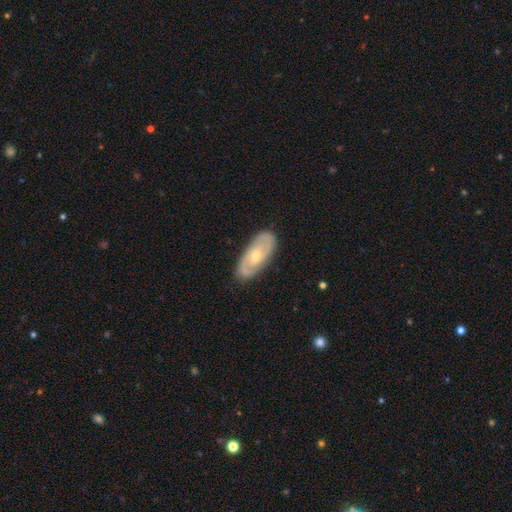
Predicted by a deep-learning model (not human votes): featured or disk 73%, smooth 22%, star or artifact 5%. Down the decision tree: edge-on disk — no (92%); bar — no (62%); spiral arms — yes (88%); spiral arm count — 2 (75%); spiral winding — tight (47%); bulge size — small (56%); merging — none (83%).